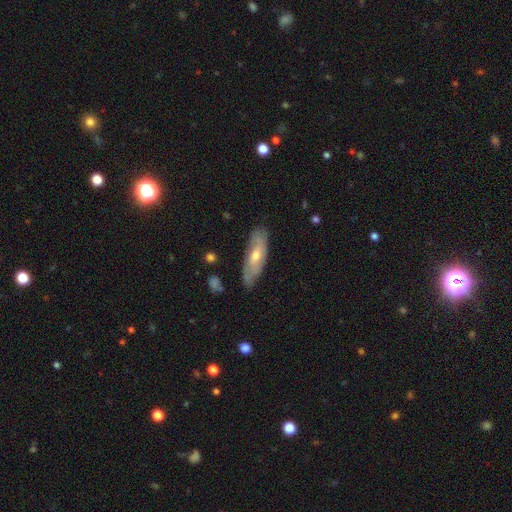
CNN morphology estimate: Overall: featured or disk (56%; smooth 37%). Edge-on disk: no (69%; yes 31%). Merging: none (79%).